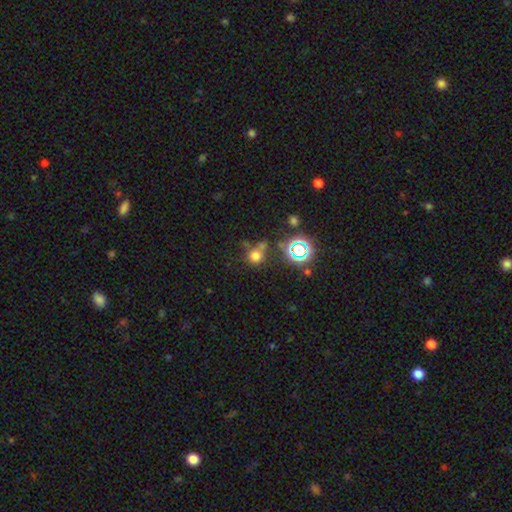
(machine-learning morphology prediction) Q: Smooth or featured?
A: smooth (67%); runner-up: star or artifact (25%)
Q: How rounded?
A: round (87%); runner-up: in between (12%)
Q: Merging?
A: none (61%); runner-up: merger (17%)